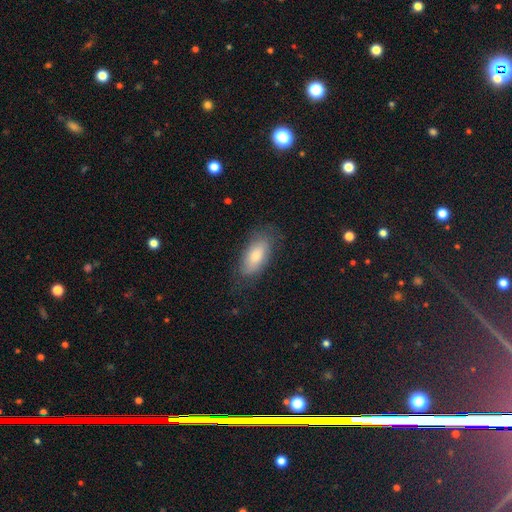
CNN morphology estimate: Smooth or featured? smooth (74%)
How rounded? in between (88%)
Merging? none (72%)